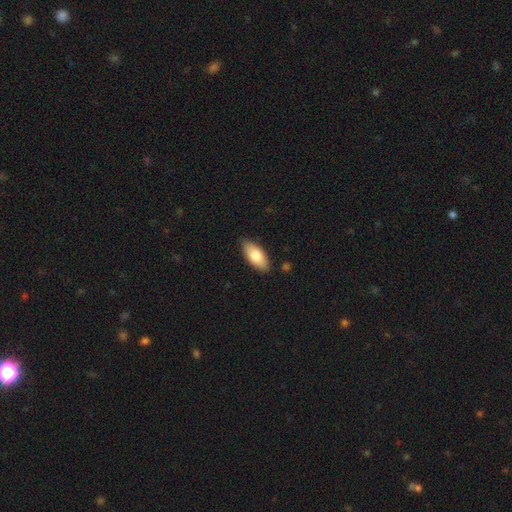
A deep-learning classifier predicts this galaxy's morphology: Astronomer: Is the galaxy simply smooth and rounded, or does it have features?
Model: smooth — 77%.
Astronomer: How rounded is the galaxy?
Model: in between — 88%.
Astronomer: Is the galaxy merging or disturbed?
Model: none — 86%.